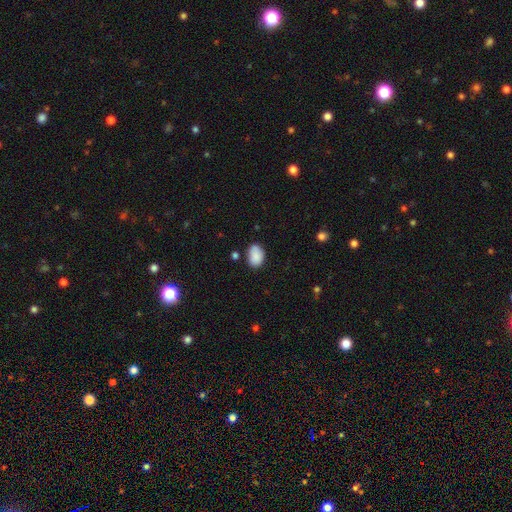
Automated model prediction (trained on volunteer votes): Smooth or featured?
  - smooth: 88% *
  - star or artifact: 8%
  - featured or disk: 5%
How rounded?
  - in between: 86% *
  - round: 13%
  - cigar-shaped: 1%
Merging?
  - none: 73% *
  - minor disturbance: 19%
  - merger: 4%
  - major disturbance: 4%